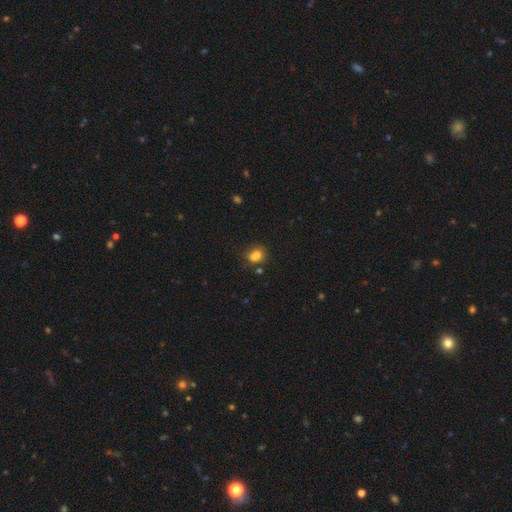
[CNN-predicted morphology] Smooth or featured? Predicted: smooth (p=0.77). How rounded? Predicted: round (p=0.64). Merging? Predicted: none (p=0.47).